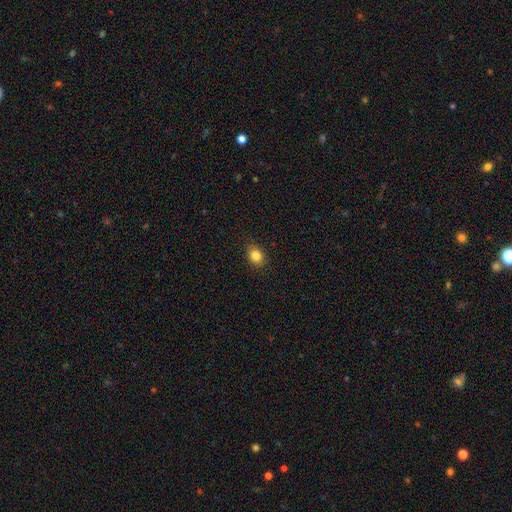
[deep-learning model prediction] Smooth or featured: smooth — 84% (star or artifact — 10%)
How rounded: in between — 52% (round — 47%)
Merging: none — 86% (minor disturbance — 10%)